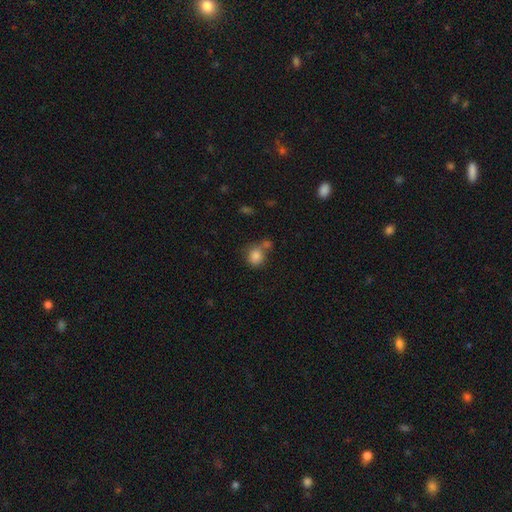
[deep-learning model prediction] smooth_or_featured: smooth (p=0.83) [alt: star or artifact p=0.10]
how_rounded: round (p=0.77) [alt: in between p=0.22]
merging: none (p=0.51) [alt: merger p=0.27]